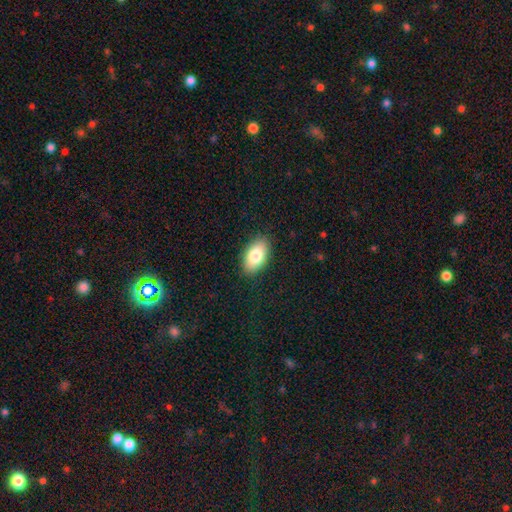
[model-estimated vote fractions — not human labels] Q: Smooth or featured?
A: smooth (81%); runner-up: featured or disk (12%)
Q: How rounded?
A: in between (94%); runner-up: round (5%)
Q: Merging?
A: none (88%); runner-up: minor disturbance (9%)